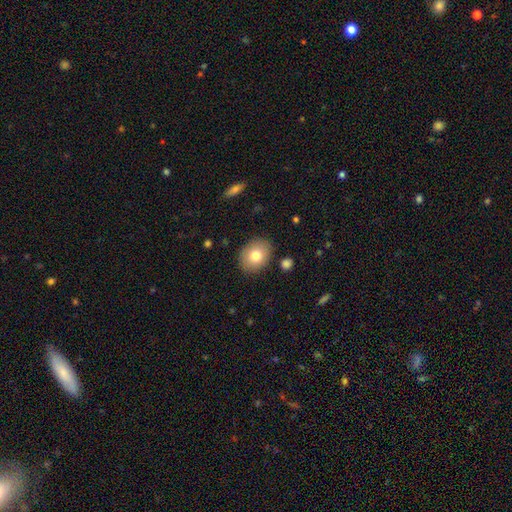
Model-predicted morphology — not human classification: This appears to be a smooth galaxy with no disk features (77%) that is in between round and cigar-shaped (52%). Merging: none (87%).